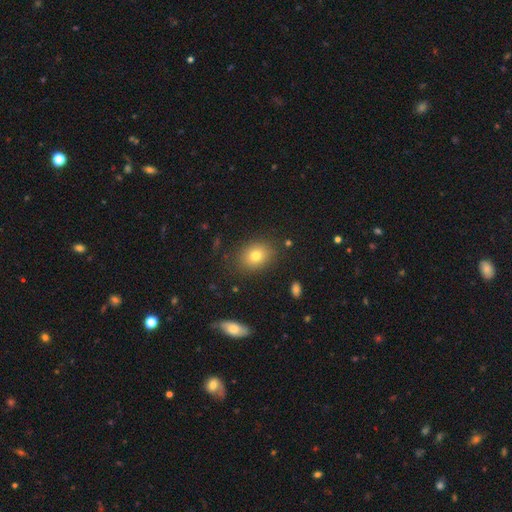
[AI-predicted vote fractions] A smooth galaxy with no disk features (76%) that is in between round and cigar-shaped (54%).

Vote fractions:
- Smooth or featured? smooth: 76% / star or artifact: 12% / featured or disk: 12%
- How rounded? in between: 54% / round: 45% / cigar-shaped: 1%
- Merging? none: 85% / minor disturbance: 10% / major disturbance: 3% / merger: 2%